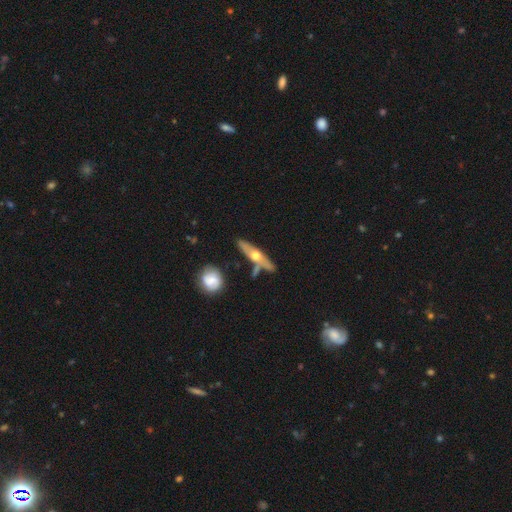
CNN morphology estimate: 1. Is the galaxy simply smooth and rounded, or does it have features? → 59% featured or disk, 36% smooth, 6% star or artifact.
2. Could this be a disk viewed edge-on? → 85% yes, 15% no.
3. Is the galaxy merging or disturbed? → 65% none, 17% minor disturbance, 13% merger, 5% major disturbance.